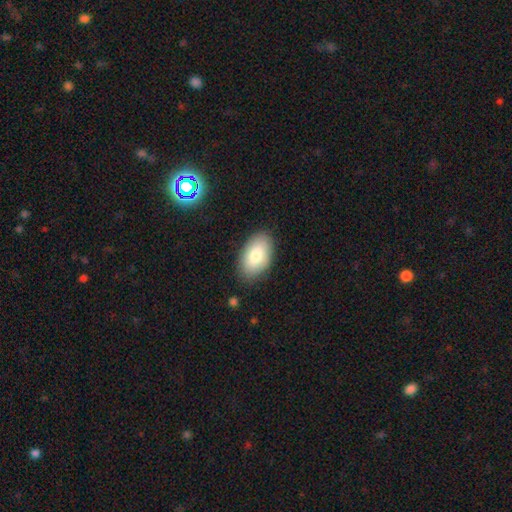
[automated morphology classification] Smooth or featured: smooth — 80% (featured or disk — 13%)
How rounded: in between — 94% (round — 5%)
Merging: none — 85% (minor disturbance — 11%)